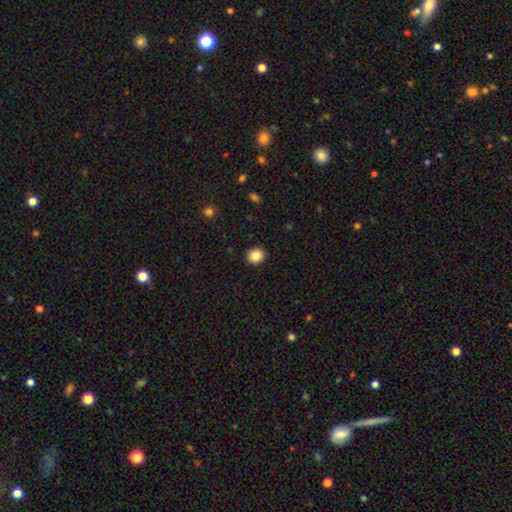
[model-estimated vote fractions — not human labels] Smooth or featured?
  - smooth: 86% *
  - star or artifact: 10%
  - featured or disk: 4%
How rounded?
  - round: 86% *
  - in between: 13%
  - cigar-shaped: 1%
Merging?
  - none: 92% *
  - minor disturbance: 5%
  - major disturbance: 2%
  - merger: 1%